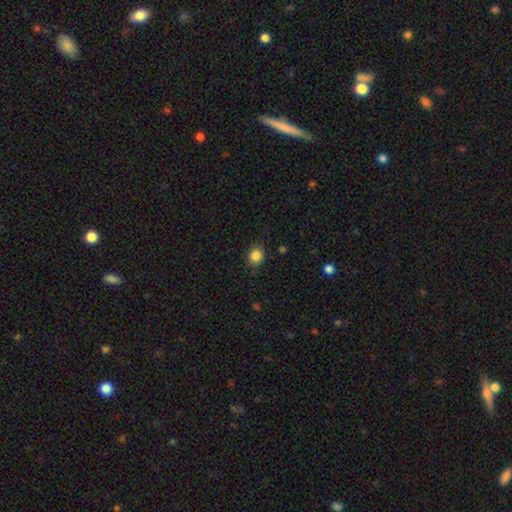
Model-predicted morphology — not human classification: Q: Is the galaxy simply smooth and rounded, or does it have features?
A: smooth — 85%.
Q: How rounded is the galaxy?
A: round — 61%.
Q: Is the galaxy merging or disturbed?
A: none — 83%.